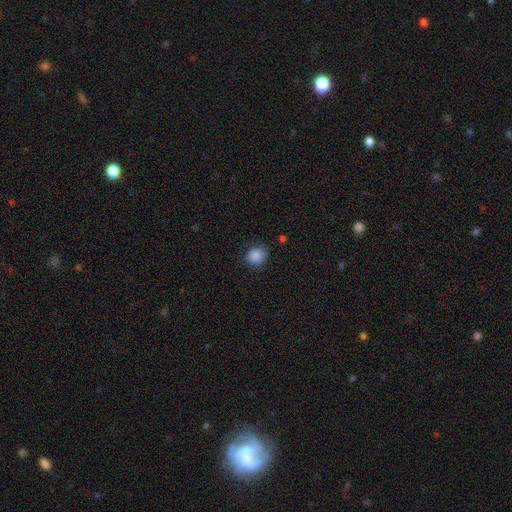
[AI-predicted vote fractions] Smooth or featured?
  - smooth: 86% *
  - star or artifact: 9%
  - featured or disk: 5%
How rounded?
  - round: 72% *
  - in between: 27%
  - cigar-shaped: 1%
Merging?
  - none: 77% *
  - minor disturbance: 17%
  - major disturbance: 4%
  - merger: 1%